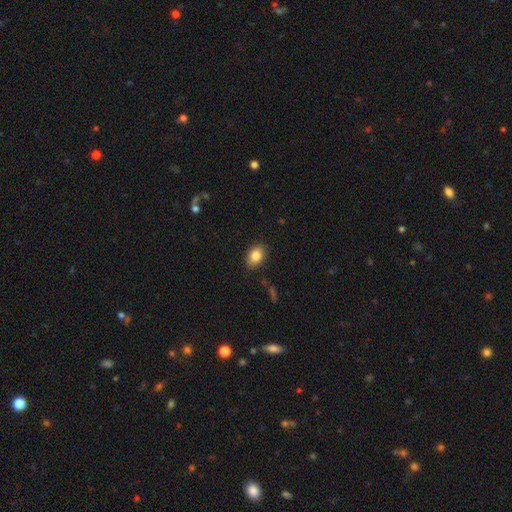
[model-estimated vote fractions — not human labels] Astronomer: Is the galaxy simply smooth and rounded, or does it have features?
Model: smooth — 84%.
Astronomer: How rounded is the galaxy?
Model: in between — 80%.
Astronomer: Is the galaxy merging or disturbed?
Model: none — 87%.